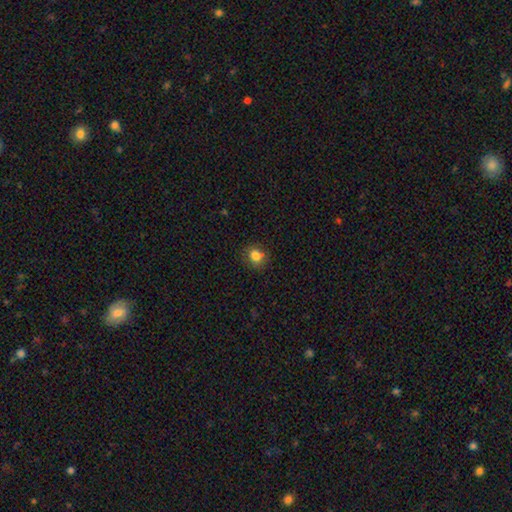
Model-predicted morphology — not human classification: Smooth or featured?
  - smooth: 81% *
  - star or artifact: 12%
  - featured or disk: 7%
How rounded?
  - round: 68% *
  - in between: 31%
  - cigar-shaped: 1%
Merging?
  - none: 74% *
  - minor disturbance: 16%
  - merger: 6%
  - major disturbance: 4%